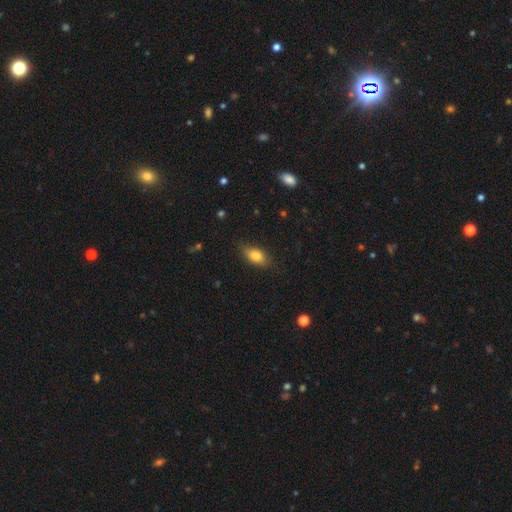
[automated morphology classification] This appears to be a smooth galaxy with no disk features (80%) that is in between round and cigar-shaped (85%). Merging: none (79%).